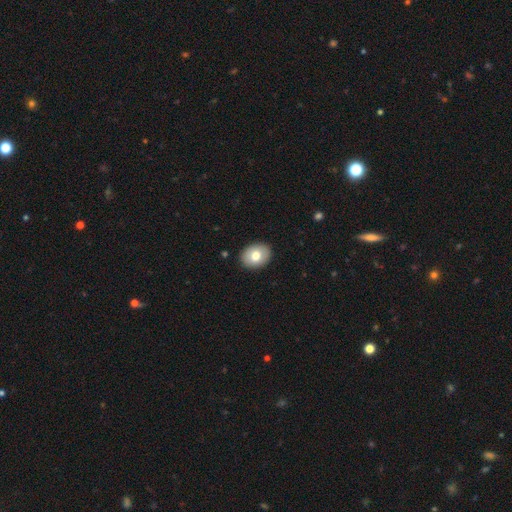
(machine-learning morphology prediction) smooth 76%, featured or disk 17%, star or artifact 7%. Down the decision tree: how rounded — in between (61%); merging — none (90%).